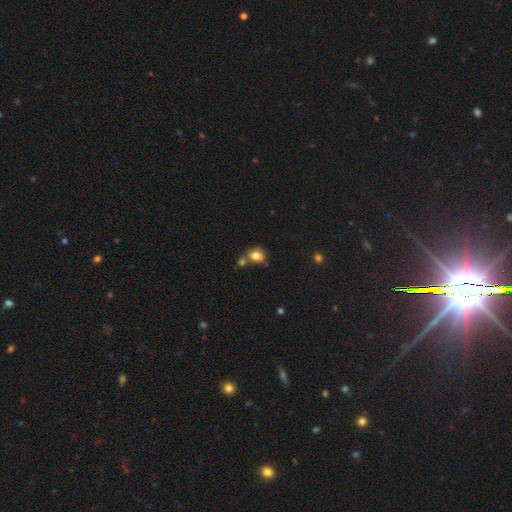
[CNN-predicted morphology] smooth_or_featured: smooth (p=0.79) [alt: star or artifact p=0.11]
how_rounded: round (p=0.58) [alt: in between p=0.41]
merging: none (p=0.49) [alt: merger p=0.29]